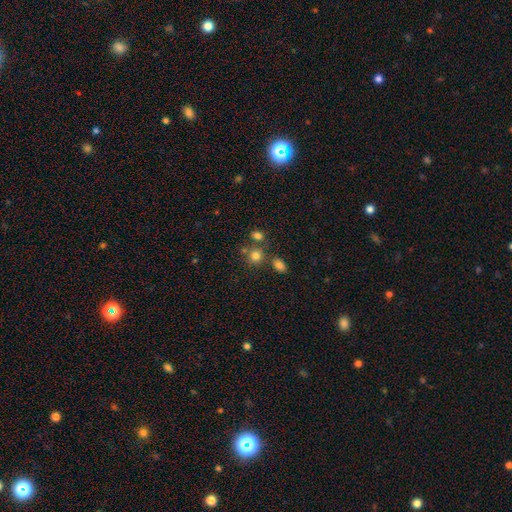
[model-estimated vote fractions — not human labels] smooth-or-featured: smooth: 77% | star or artifact: 15% | featured or disk: 8%
  how-rounded: round: 79% | in between: 20% | cigar-shaped: 1%
  merging: none: 64% | merger: 22% | minor disturbance: 10% | major disturbance: 4%